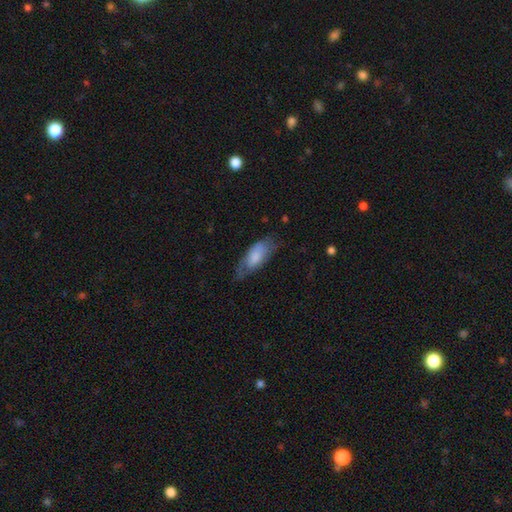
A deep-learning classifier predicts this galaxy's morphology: A smooth galaxy with no disk features (68%) that is in between round and cigar-shaped (80%).

Vote fractions:
- Smooth or featured? smooth: 68% / featured or disk: 26% / star or artifact: 6%
- How rounded? in between: 80% / cigar-shaped: 18% / round: 2%
- Merging? none: 52% / minor disturbance: 32% / major disturbance: 14% / merger: 2%